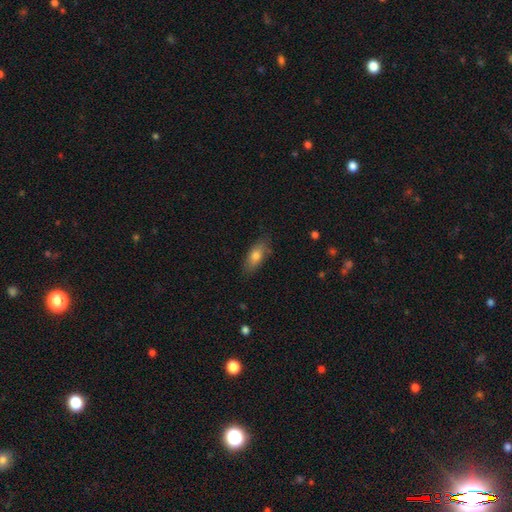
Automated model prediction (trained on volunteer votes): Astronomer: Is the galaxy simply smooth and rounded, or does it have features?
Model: smooth — 76%.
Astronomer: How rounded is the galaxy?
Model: in between — 82%.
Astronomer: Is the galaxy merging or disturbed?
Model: none — 78%.